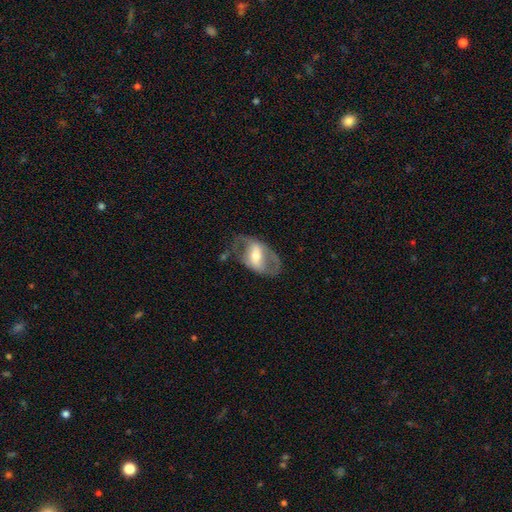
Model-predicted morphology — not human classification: smooth_or_featured: featured or disk (p=0.69) [alt: smooth p=0.25]
disk_edge_on: no (p=0.91) [alt: yes p=0.09]
bar: strong (p=0.49) [alt: weak p=0.33]
has_spiral_arms: yes (p=0.59) [alt: no p=0.41]
bulge_size: moderate (p=0.59) [alt: small p=0.27]
merging: none (p=0.54) [alt: minor disturbance p=0.22]